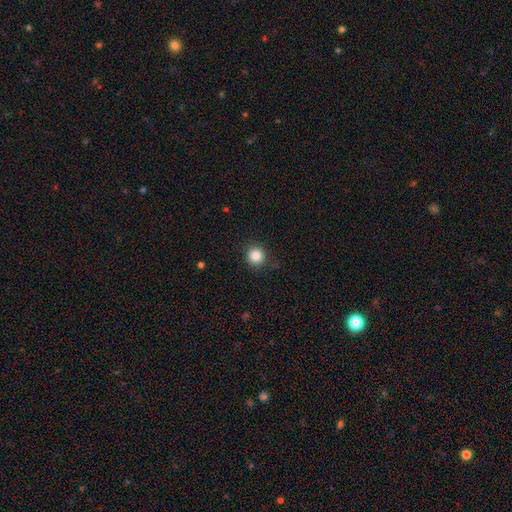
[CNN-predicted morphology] This appears to be a smooth galaxy with no disk features (85%) that is round (93%). Merging: none (88%).